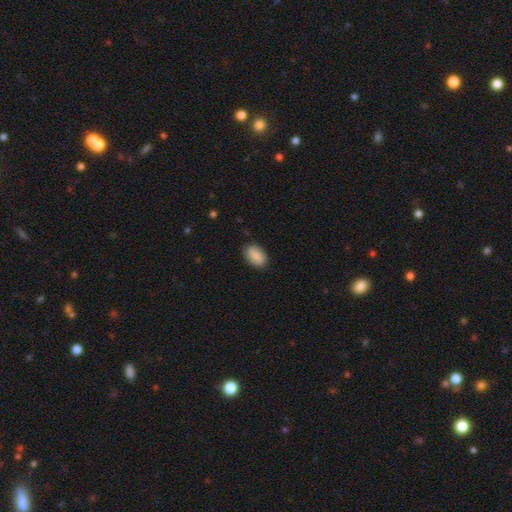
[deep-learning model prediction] Q: Smooth or featured?
A: smooth (89%); runner-up: star or artifact (6%)
Q: How rounded?
A: in between (92%); runner-up: round (6%)
Q: Merging?
A: none (85%); runner-up: minor disturbance (11%)